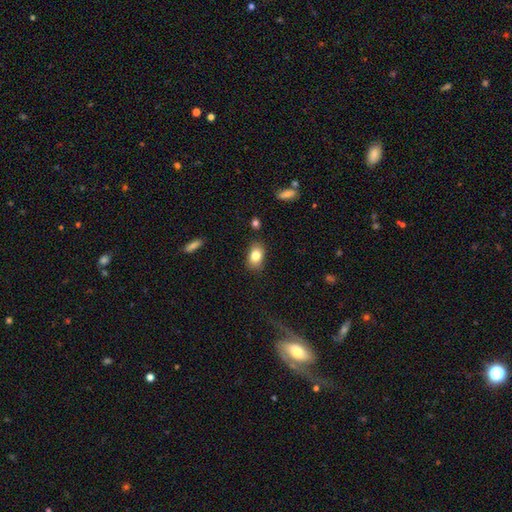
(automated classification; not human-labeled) The model was most divided on "how rounded": in between: 85%, round: 14%, cigar-shaped: 2%. More confident: merging — none (84%); smooth or featured — smooth (82%).